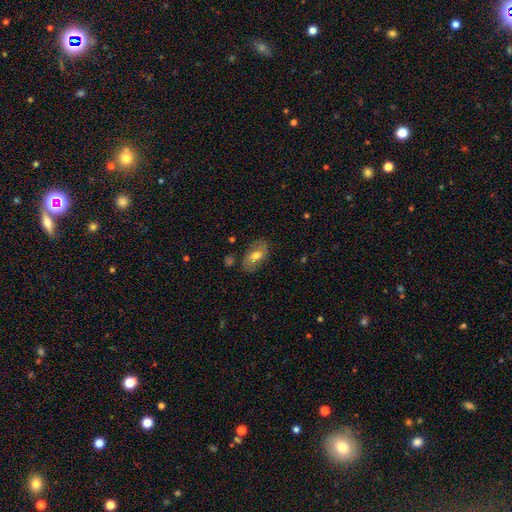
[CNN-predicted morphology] Smooth or featured? Predicted: smooth (p=0.56). How rounded? Predicted: in between (p=0.89). Merging? Predicted: none (p=0.75).